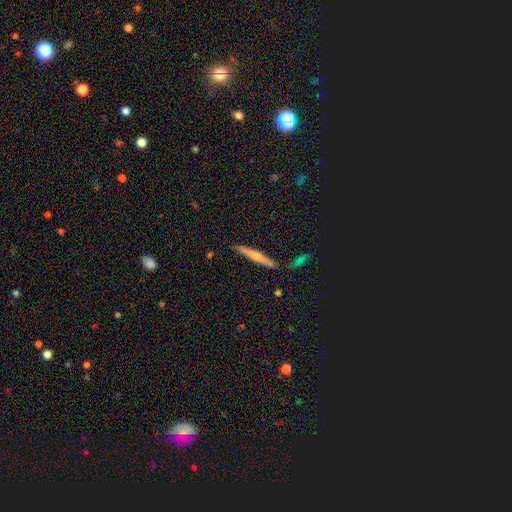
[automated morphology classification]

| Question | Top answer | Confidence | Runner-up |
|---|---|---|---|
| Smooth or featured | featured or disk | 57% | smooth (35%) |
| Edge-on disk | yes | 96% | no (4%) |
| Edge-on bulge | rounded | 76% | none (19%) |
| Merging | none | 85% | minor disturbance (9%) |